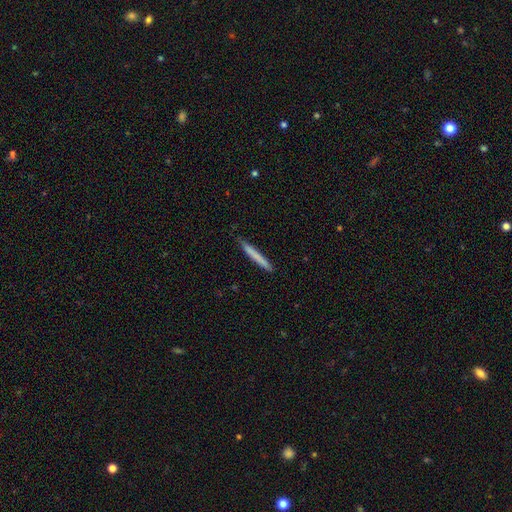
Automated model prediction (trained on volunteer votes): Overall: smooth (71%). How rounded: cigar-shaped (97%). Merging: none (88%).